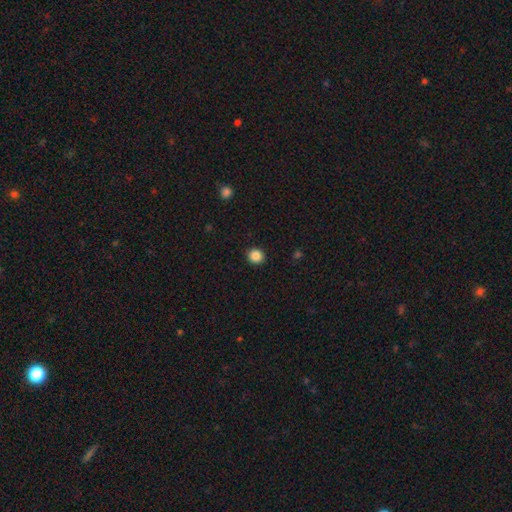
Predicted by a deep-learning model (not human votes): Smooth or featured: smooth — 86% (star or artifact — 10%)
How rounded: round — 86% (in between — 13%)
Merging: none — 92% (minor disturbance — 5%)